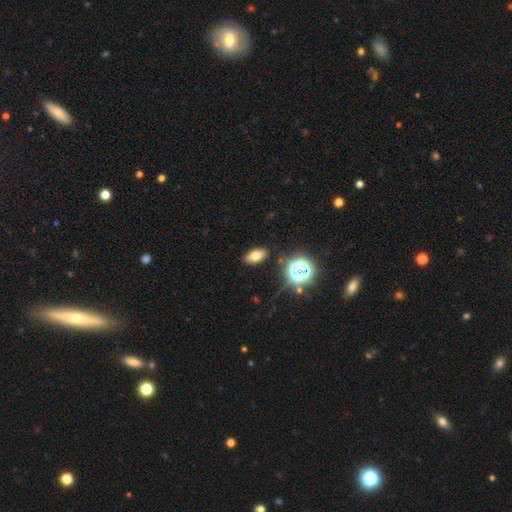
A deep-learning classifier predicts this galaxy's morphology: Smooth or featured? Predicted: smooth (p=0.70). How rounded? Predicted: in between (p=0.87). Merging? Predicted: none (p=0.87).